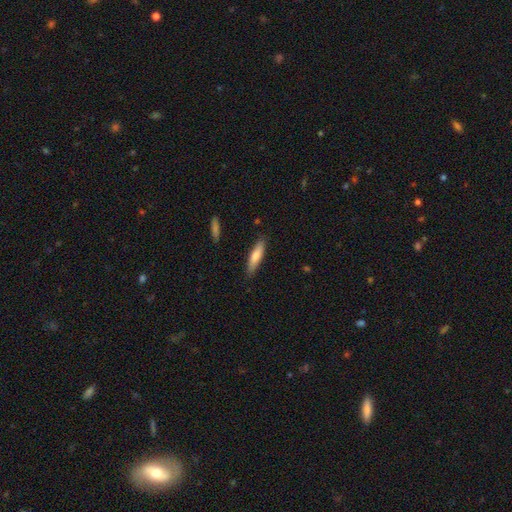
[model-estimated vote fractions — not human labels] The model was most divided on "smooth or featured": smooth: 73%, featured or disk: 21%, star or artifact: 6%. More confident: merging — none (86%); how rounded — cigar-shaped (78%).